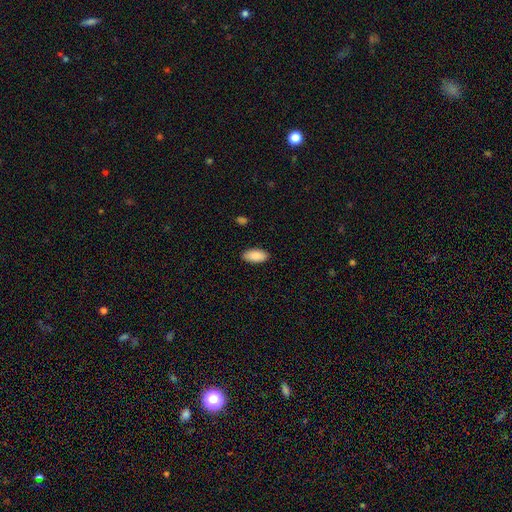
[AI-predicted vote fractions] Morphology: type=smooth (90%); roundness=in between (93%); merging=none (88%).